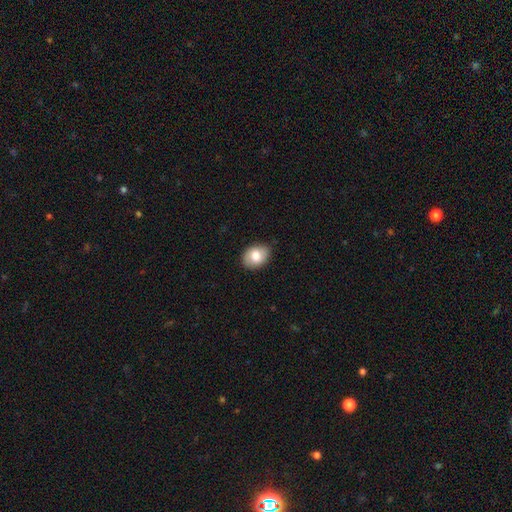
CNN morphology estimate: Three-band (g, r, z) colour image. It shows a smooth galaxy with no disk features (80%) that is in between round and cigar-shaped (68%). Merging: none (84%).